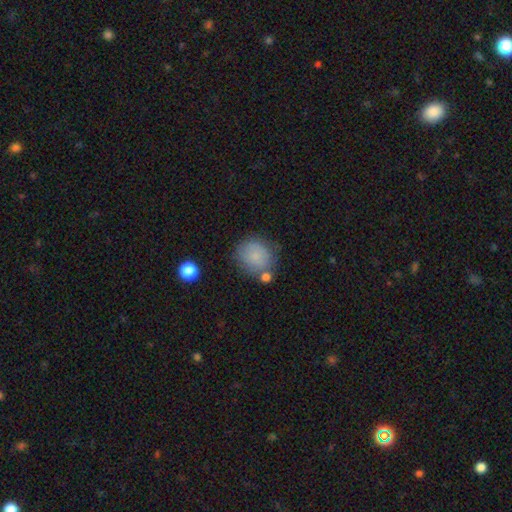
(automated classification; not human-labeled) A smooth galaxy with no disk features (81%) that is round (76%). Merging: none (67%).